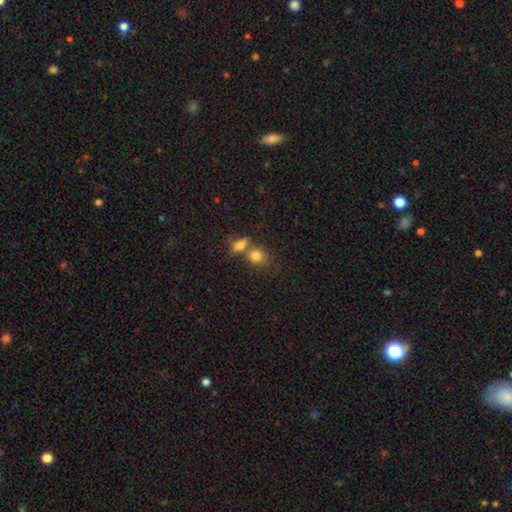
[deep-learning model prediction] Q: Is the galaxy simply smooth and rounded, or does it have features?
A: smooth — 80%.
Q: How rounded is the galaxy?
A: round — 57%.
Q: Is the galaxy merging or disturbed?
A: merger — 48%.